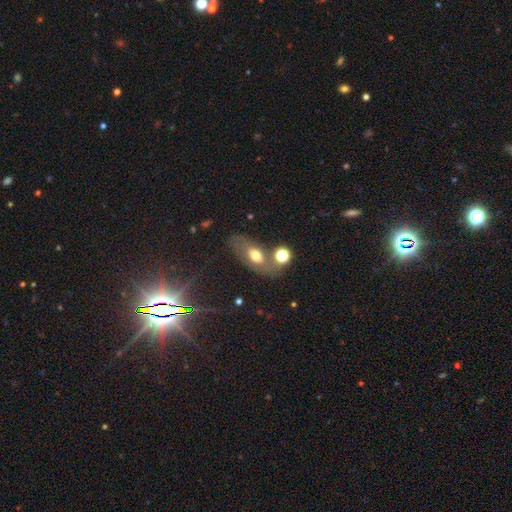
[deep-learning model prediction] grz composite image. It shows a smooth galaxy with no disk features (57%) that is in between round and cigar-shaped (83%). Merging: none (52%).